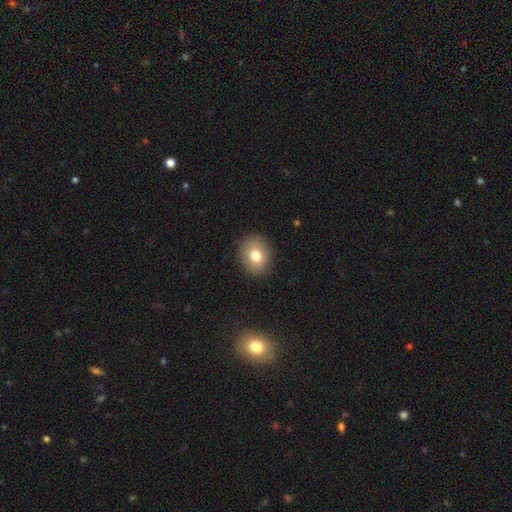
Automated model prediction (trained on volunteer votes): A smooth galaxy with no disk features (77%) that is round (55%).

Vote fractions:
- Smooth or featured? smooth: 77% / featured or disk: 14% / star or artifact: 10%
- How rounded? round: 55% / in between: 45% / cigar-shaped: 1%
- Merging? none: 88% / minor disturbance: 8% / major disturbance: 3% / merger: 1%